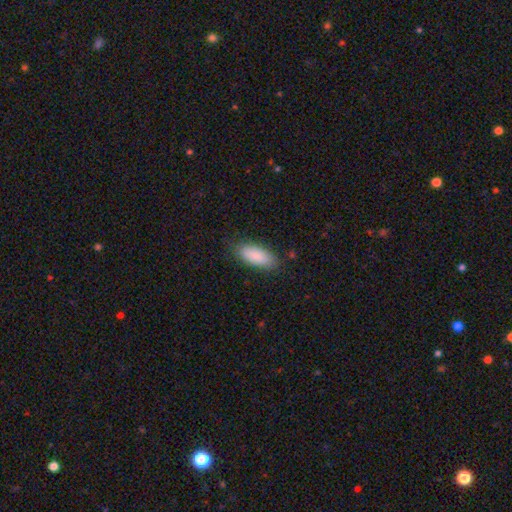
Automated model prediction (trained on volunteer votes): Smooth or featured: smooth — 88% (featured or disk — 6%)
How rounded: in between — 84% (cigar-shaped — 14%)
Merging: none — 82% (minor disturbance — 13%)